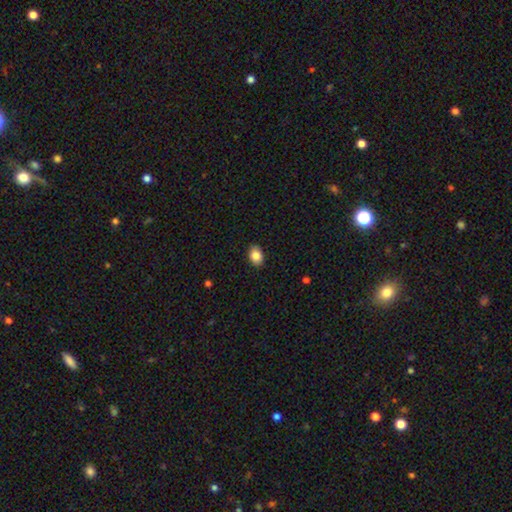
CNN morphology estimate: Smooth or featured? smooth (86%)
How rounded? in between (79%)
Merging? none (89%)